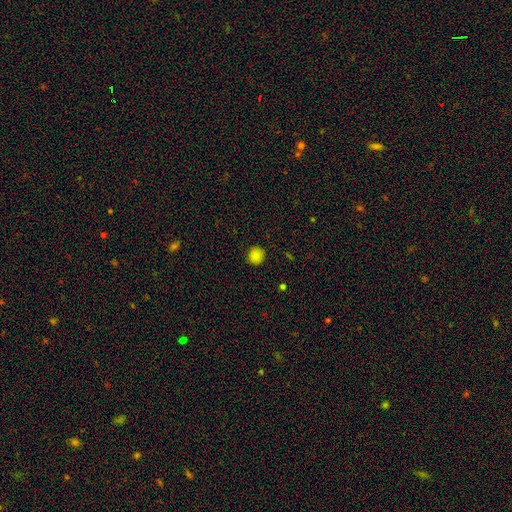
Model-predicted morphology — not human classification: A smooth galaxy with no disk features (84%) that is round (91%). Merging: none (90%).